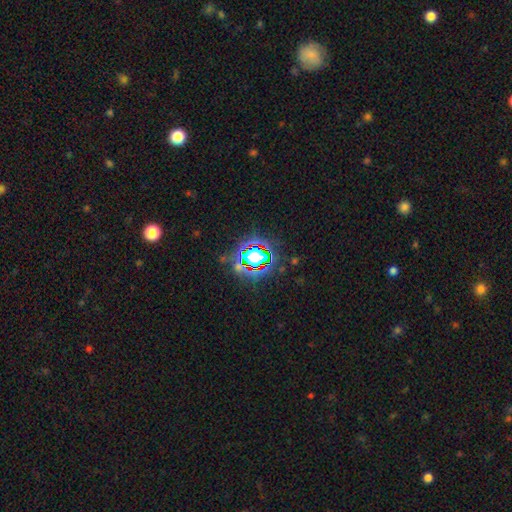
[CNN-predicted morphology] Q: Smooth or featured?
A: star or artifact (74%); runner-up: smooth (15%)